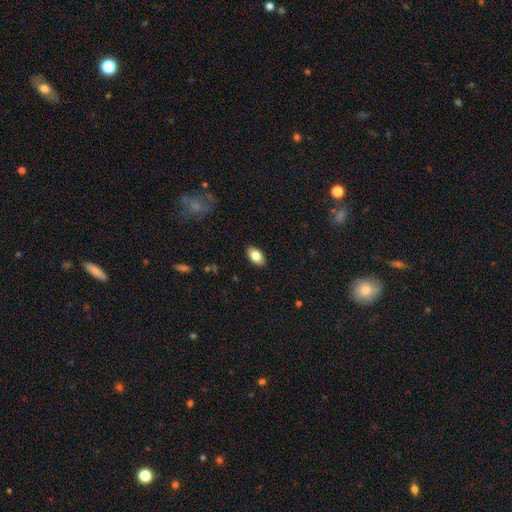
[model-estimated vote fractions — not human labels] Smooth or featured: smooth — 82% (featured or disk — 11%)
How rounded: in between — 92% (round — 5%)
Merging: none — 89% (minor disturbance — 9%)